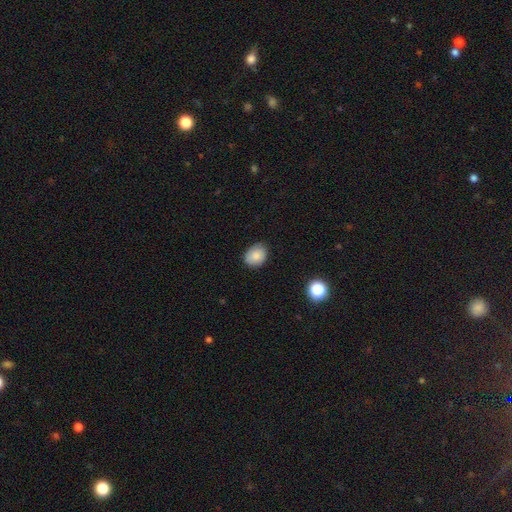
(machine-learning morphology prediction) smooth-or-featured: smooth: 85% | star or artifact: 8% | featured or disk: 7%
  how-rounded: in between: 56% | round: 43% | cigar-shaped: 1%
  merging: none: 81% | minor disturbance: 15% | major disturbance: 3% | merger: 1%